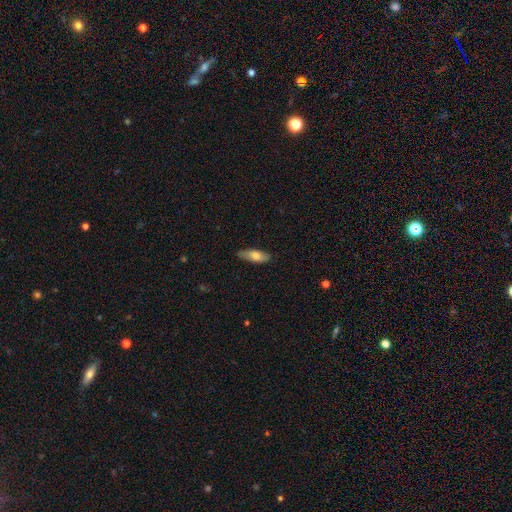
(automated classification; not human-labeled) smooth-or-featured: smooth: 74% | featured or disk: 20% | star or artifact: 6%
  how-rounded: in between: 63% | cigar-shaped: 35% | round: 2%
  merging: none: 82% | minor disturbance: 15% | major disturbance: 2% | merger: 1%